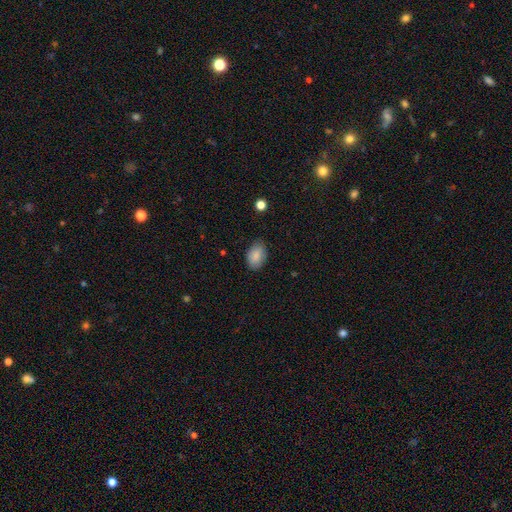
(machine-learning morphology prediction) smooth 87%, star or artifact 7%, featured or disk 6%. Down the decision tree: how rounded — in between (87%); merging — none (77%).